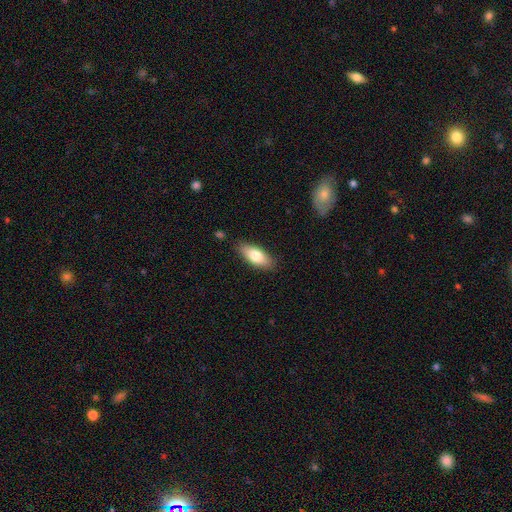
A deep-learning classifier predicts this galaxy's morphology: Smooth or featured? smooth (75%)
How rounded? in between (81%)
Merging? none (84%)